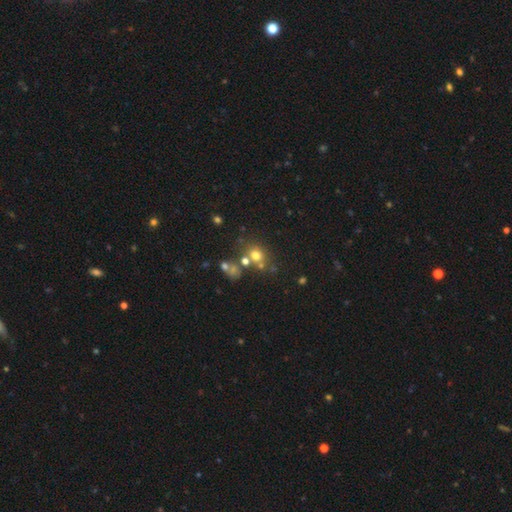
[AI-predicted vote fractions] The model was most divided on "merging": none: 58%, merger: 25%, minor disturbance: 11%, major disturbance: 6%. More confident: how rounded — round (78%); smooth or featured — smooth (66%).